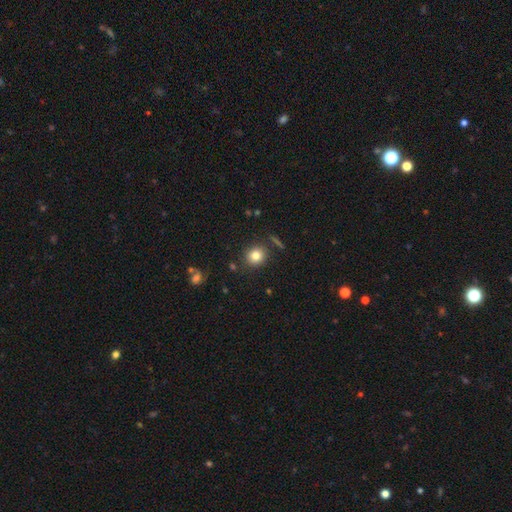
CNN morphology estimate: Smooth or featured?
  - smooth: 81% *
  - star or artifact: 11%
  - featured or disk: 8%
How rounded?
  - round: 80% *
  - in between: 19%
  - cigar-shaped: 1%
Merging?
  - none: 84% *
  - minor disturbance: 9%
  - merger: 4%
  - major disturbance: 3%